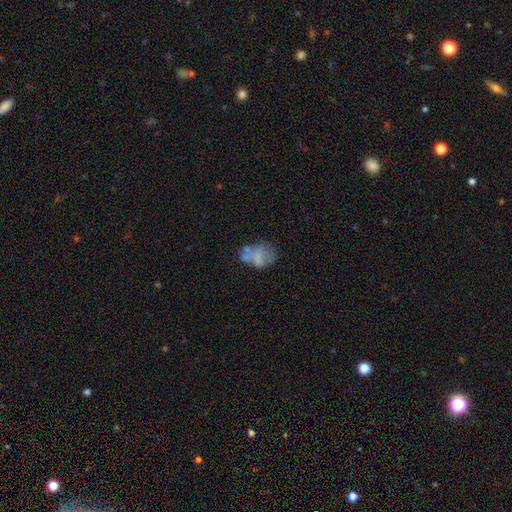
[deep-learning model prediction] This appears to be a smooth galaxy with no disk features (50%) that is in between round and cigar-shaped (69%). Merging: none (40%).